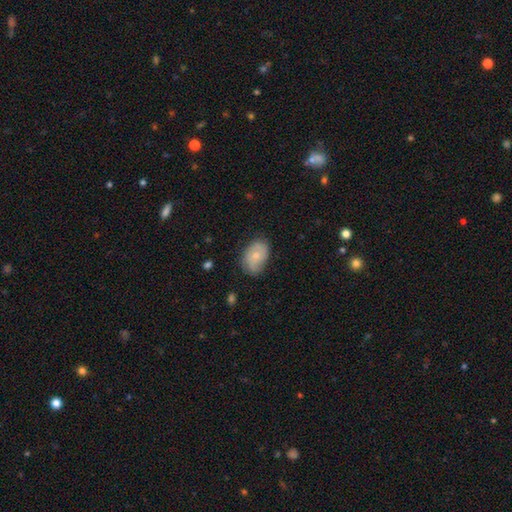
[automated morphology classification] Q: Smooth or featured?
A: smooth (65%); runner-up: featured or disk (28%)
Q: How rounded?
A: in between (84%); runner-up: round (15%)
Q: Merging?
A: none (66%); runner-up: minor disturbance (26%)